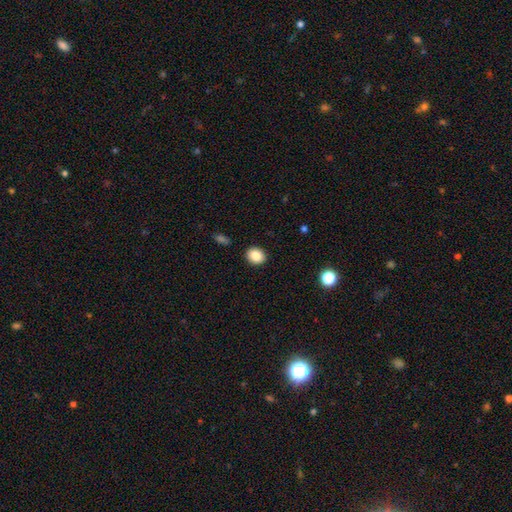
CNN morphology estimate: smooth-or-featured: smooth: 86% | star or artifact: 9% | featured or disk: 5%
  how-rounded: round: 58% | in between: 41% | cigar-shaped: 1%
  merging: none: 90% | minor disturbance: 7% | major disturbance: 2% | merger: 1%